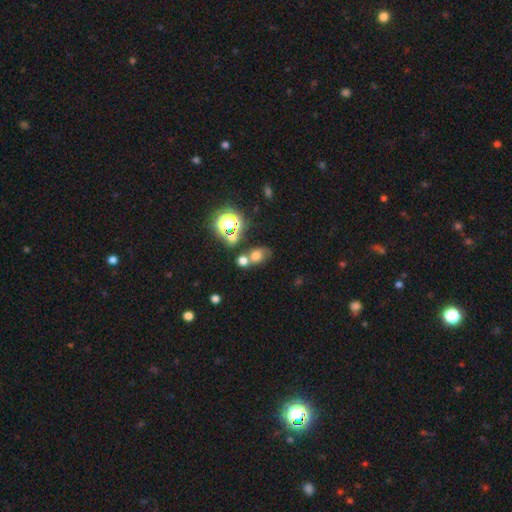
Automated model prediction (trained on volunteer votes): Smooth or featured? Predicted: smooth (p=0.60). How rounded? Predicted: in between (p=0.50). Merging? Predicted: none (p=0.44).